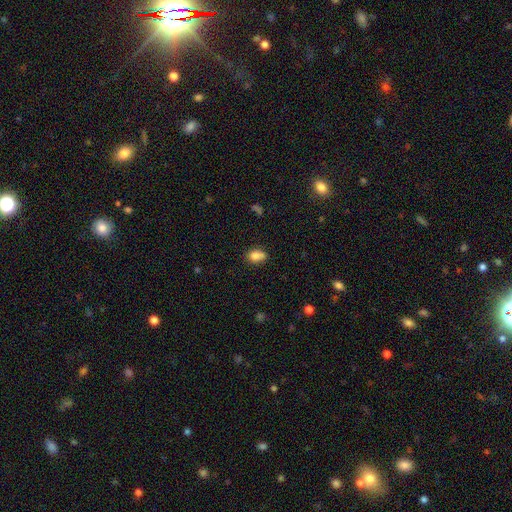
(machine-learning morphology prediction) A smooth galaxy with no disk features (81%) that is in between round and cigar-shaped (71%).

Vote fractions:
- Smooth or featured? smooth: 81% / star or artifact: 10% / featured or disk: 10%
- How rounded? in between: 71% / round: 28% / cigar-shaped: 2%
- Merging? none: 62% / minor disturbance: 22% / merger: 12% / major disturbance: 5%